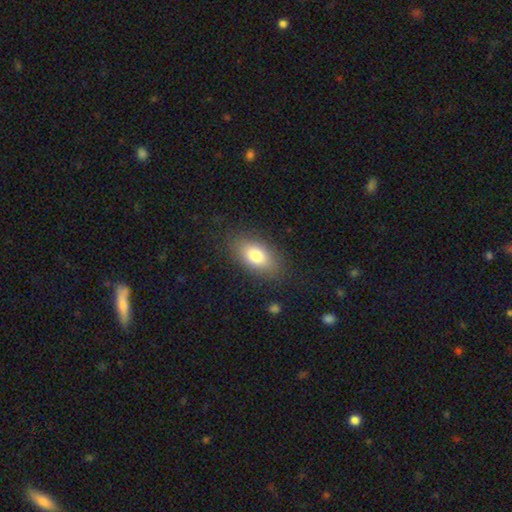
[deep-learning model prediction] This appears to be a smooth galaxy with no disk features (79%) that is in between round and cigar-shaped (88%). Merging: none (83%).